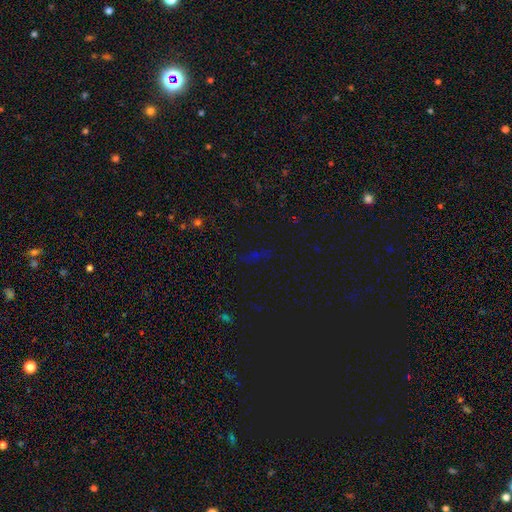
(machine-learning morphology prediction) Overall: star or artifact (68%).